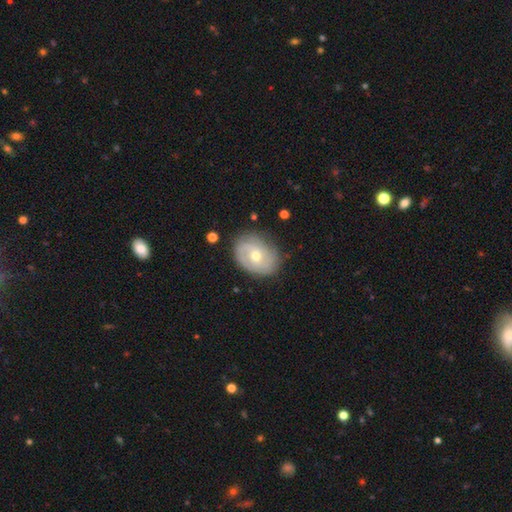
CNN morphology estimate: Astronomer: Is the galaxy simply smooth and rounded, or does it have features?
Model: featured or disk — 69%.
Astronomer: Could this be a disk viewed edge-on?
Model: no — 96%.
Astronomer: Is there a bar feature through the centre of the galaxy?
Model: no — 67%.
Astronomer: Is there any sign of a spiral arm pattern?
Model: yes — 84%.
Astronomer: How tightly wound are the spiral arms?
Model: tight — 54% (runner-up: medium, 33%).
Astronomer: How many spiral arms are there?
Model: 2 — 49% (runner-up: can't tell, 29%).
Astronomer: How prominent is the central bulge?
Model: moderate — 54% (runner-up: small, 43%).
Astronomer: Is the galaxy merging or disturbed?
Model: none — 79%.